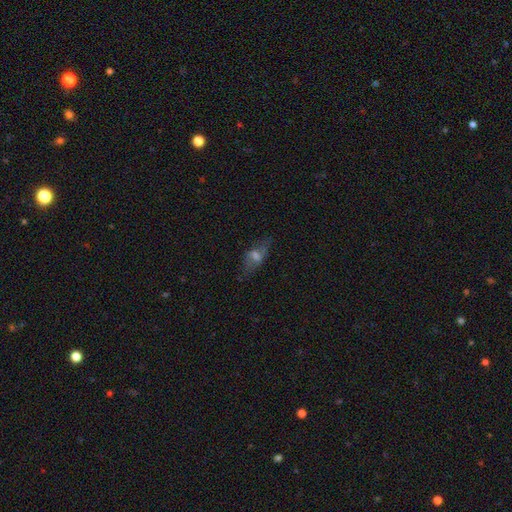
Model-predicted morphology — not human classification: The model was most divided on "smooth or featured": featured or disk: 45%, smooth: 40%, star or artifact: 15%. More confident: merging — none (67%).